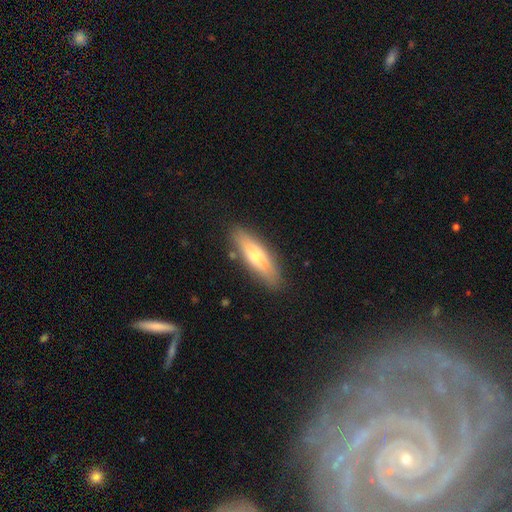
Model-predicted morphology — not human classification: Smooth or featured? Predicted: smooth (p=0.60). How rounded? Predicted: cigar-shaped (p=0.58). Merging? Predicted: none (p=0.85).